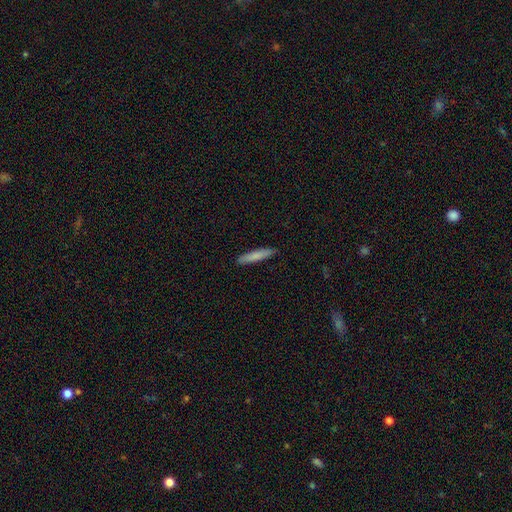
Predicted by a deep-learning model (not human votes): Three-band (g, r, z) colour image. It shows a smooth galaxy with no disk features (80%) that is cigar-shaped (91%). Merging: none (90%).